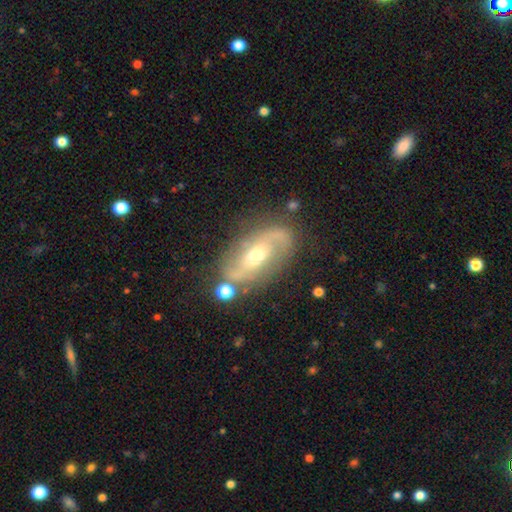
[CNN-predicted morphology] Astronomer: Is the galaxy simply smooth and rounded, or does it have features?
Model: featured or disk — 82%.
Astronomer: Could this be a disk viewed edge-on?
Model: no — 94%.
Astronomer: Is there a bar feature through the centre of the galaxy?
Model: weak — 40% (runner-up: no, 39%).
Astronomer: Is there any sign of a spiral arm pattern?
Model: yes — 92%.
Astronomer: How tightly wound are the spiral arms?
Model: medium — 42% (runner-up: loose, 37%).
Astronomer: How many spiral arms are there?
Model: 2 — 87%.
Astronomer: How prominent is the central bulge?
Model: moderate — 66%.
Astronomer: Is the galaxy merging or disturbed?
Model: none — 74%.